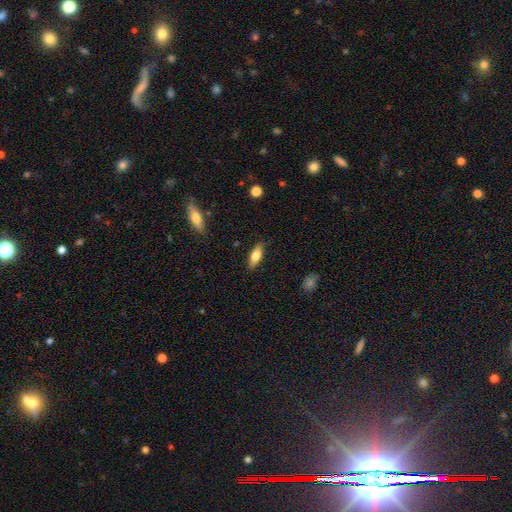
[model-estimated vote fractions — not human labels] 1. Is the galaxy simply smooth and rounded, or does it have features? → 73% smooth, 21% featured or disk, 6% star or artifact.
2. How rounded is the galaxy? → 71% in between, 27% cigar-shaped, 2% round.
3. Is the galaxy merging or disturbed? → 87% none, 10% minor disturbance, 2% major disturbance, 1% merger.